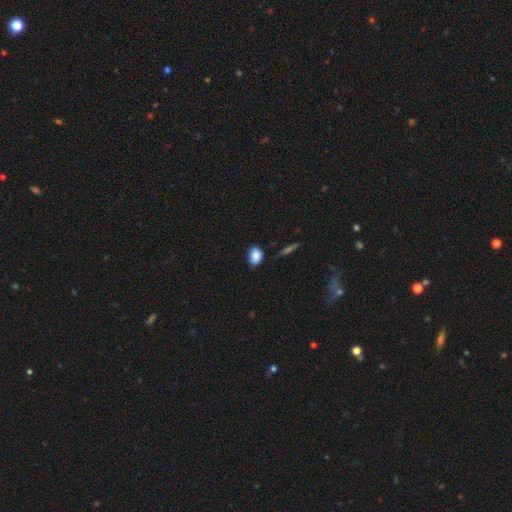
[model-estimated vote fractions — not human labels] A smooth galaxy with no disk features (87%) that is in between round and cigar-shaped (66%).

Vote fractions:
- Smooth or featured? smooth: 87% / star or artifact: 8% / featured or disk: 5%
- How rounded? in between: 66% / round: 32% / cigar-shaped: 2%
- Merging? none: 73% / minor disturbance: 21% / major disturbance: 4% / merger: 2%